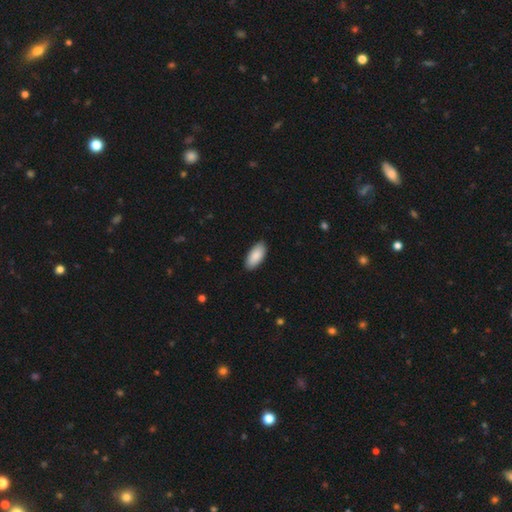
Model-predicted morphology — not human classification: type=smooth (89%); roundness=in between (91%); merging=none (88%).